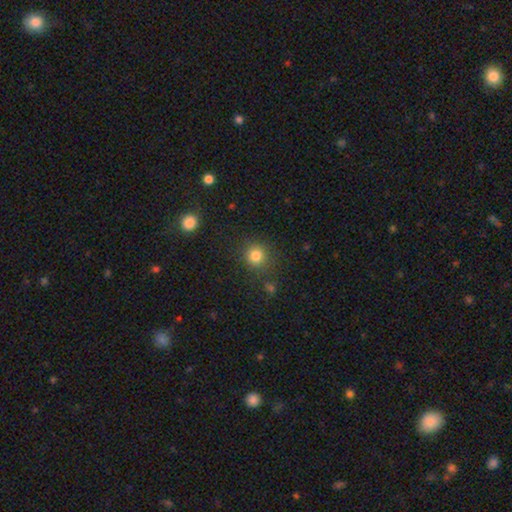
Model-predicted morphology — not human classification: type=smooth (82%); roundness=round (90%); merging=none (84%).